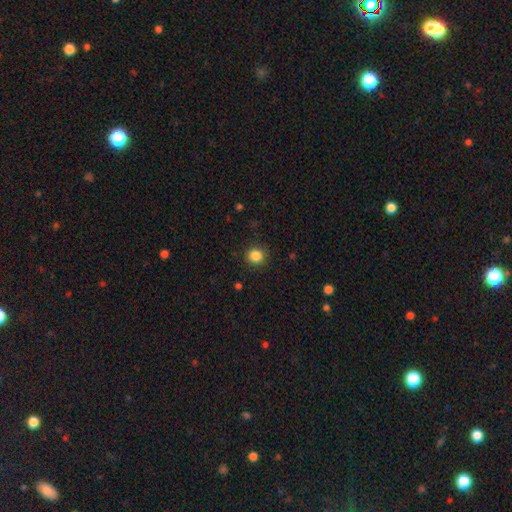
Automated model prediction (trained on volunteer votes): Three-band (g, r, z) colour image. It shows a smooth galaxy with no disk features (86%) that is round (91%). Merging: none (91%).